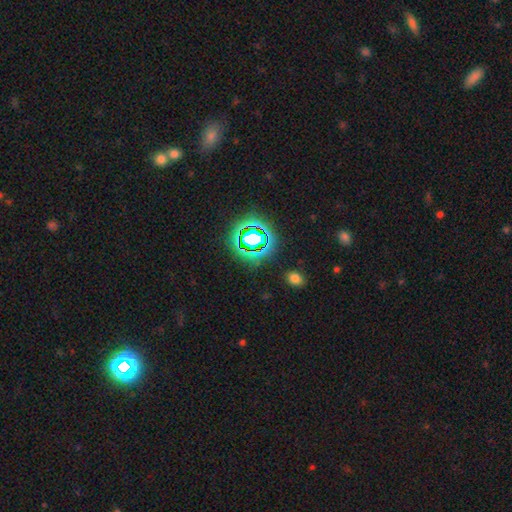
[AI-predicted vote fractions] A star or artifact, not a galaxy (75%).

Vote fractions:
- Smooth or featured? star or artifact: 75% / smooth: 16% / featured or disk: 9%